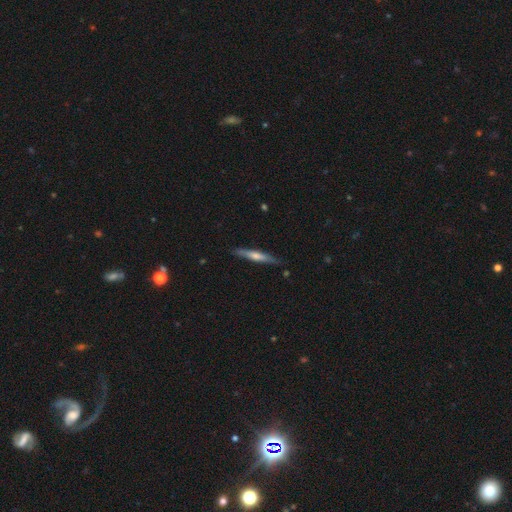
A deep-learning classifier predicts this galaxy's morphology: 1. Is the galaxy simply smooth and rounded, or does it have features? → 58% featured or disk, 36% smooth, 6% star or artifact.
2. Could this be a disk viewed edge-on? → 96% yes, 4% no.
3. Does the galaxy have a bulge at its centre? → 67% rounded, 19% none, 14% boxy.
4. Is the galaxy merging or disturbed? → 87% none, 10% minor disturbance, 2% major disturbance, 1% merger.